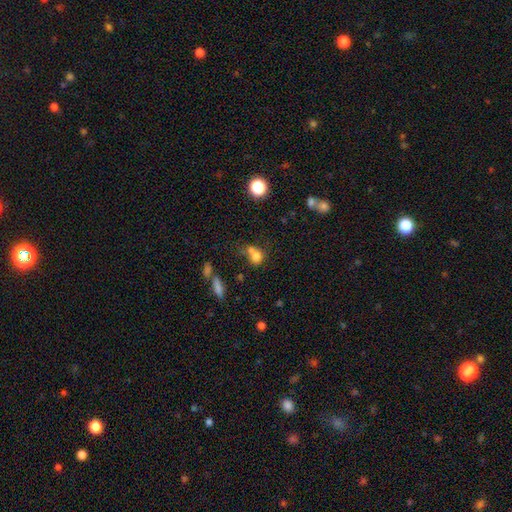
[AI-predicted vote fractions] This is likely a smooth galaxy (73%). How rounded: likely round (64%). Merging: possibly merger (48%).